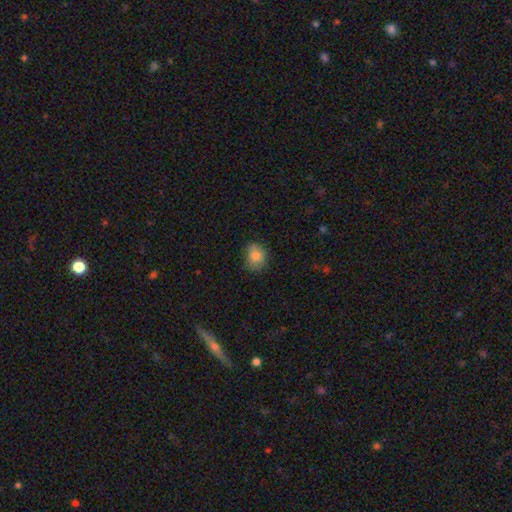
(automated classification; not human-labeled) A smooth galaxy with no disk features (82%) that is round (58%). Merging: none (70%).